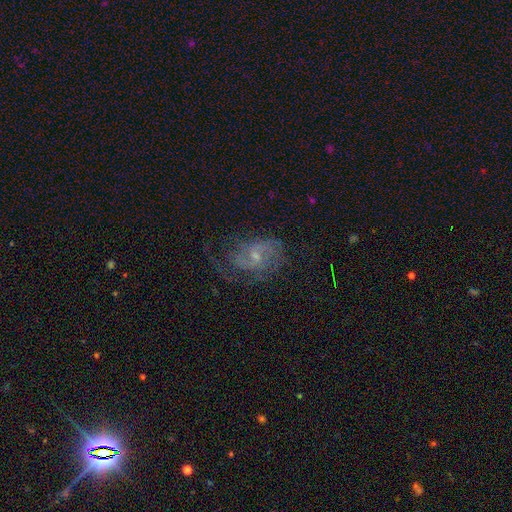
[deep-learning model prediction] The model was most divided on "spiral arm count": 2: 38%, can't tell: 33%, 3: 10%, 1: 10%, 4: 4%, more than 4: 3%. Remaining: edge-on disk — no (97%); spiral arms — yes (84%); smooth or featured — featured or disk (72%); bulge size — small (63%); bar — no (60%); merging — none (51%); spiral winding — medium (42%).